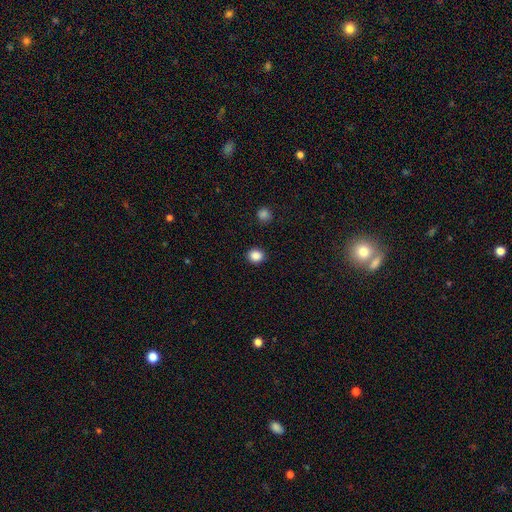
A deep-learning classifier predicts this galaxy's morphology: type=smooth (87%); roundness=round (75%); merging=none (91%).